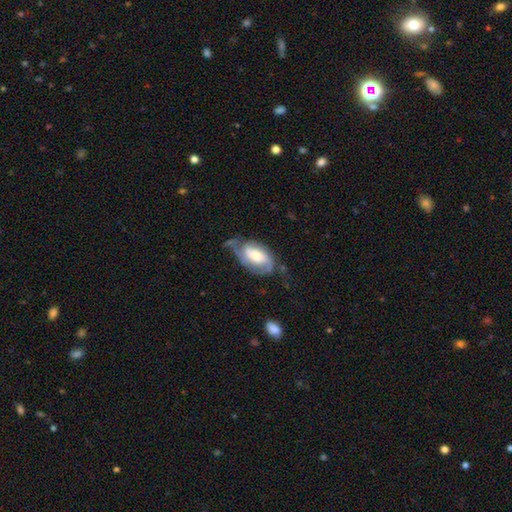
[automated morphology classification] This is likely a featured or disk galaxy (70%). It is clearly not viewed edge-on (95%). Bar: marginally no (41%). Spiral arm pattern: clearly yes (89%). Spiral arm count: likely 2 (72%). Spiral winding: marginally medium (44%). Central bulge: marginally moderate (41%). Merging: marginally none (39%).